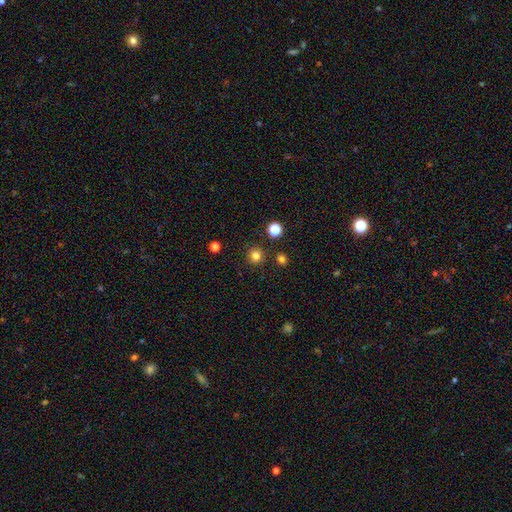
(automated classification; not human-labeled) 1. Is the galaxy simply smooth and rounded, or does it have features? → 80% smooth, 15% star or artifact, 5% featured or disk.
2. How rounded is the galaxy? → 94% round, 5% in between, 1% cigar-shaped.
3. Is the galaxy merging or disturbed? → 89% none, 6% minor disturbance, 3% merger, 2% major disturbance.